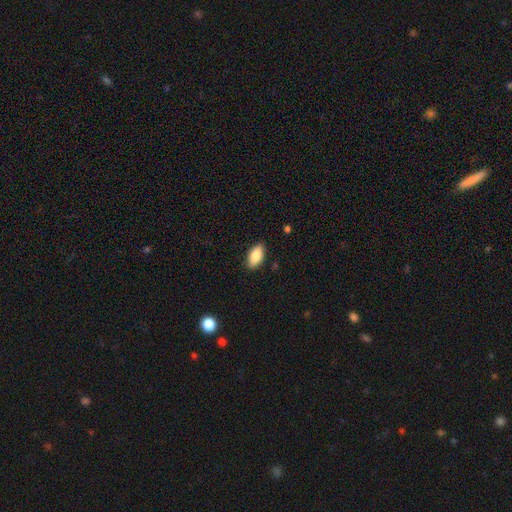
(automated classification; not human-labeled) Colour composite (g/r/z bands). It shows a smooth galaxy with no disk features (87%) that is in between round and cigar-shaped (92%). Merging: none (87%).